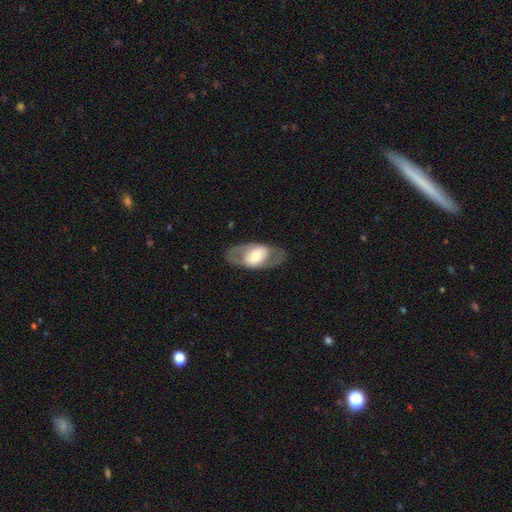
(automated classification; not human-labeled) Smooth or featured?
  - featured or disk: 57% *
  - smooth: 37%
  - star or artifact: 5%
Edge-on disk?
  - no: 87% *
  - yes: 13%
Merging?
  - none: 79% *
  - minor disturbance: 12%
  - major disturbance: 8%
  - merger: 1%